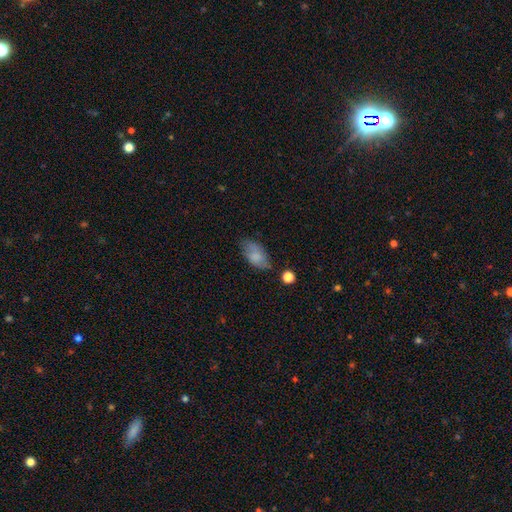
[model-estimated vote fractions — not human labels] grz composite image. It shows a smooth galaxy with no disk features (76%) that is in between round and cigar-shaped (93%). Merging: none (64%).